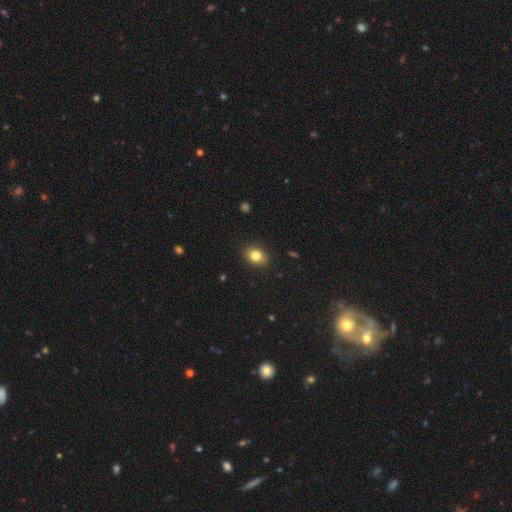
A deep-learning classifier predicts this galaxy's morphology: This appears to be a smooth galaxy with no disk features (81%) that is in between round and cigar-shaped (65%). Merging: none (87%).